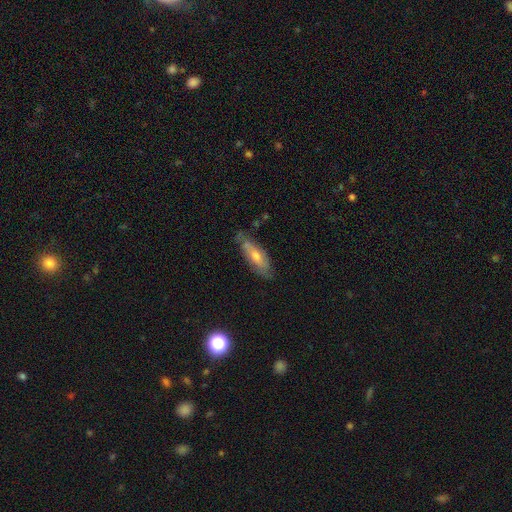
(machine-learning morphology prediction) Smooth or featured: featured or disk — 51% (smooth — 41%)
Edge-on disk: no — 61% (yes — 39%)
Merging: none — 67% (minor disturbance — 24%)